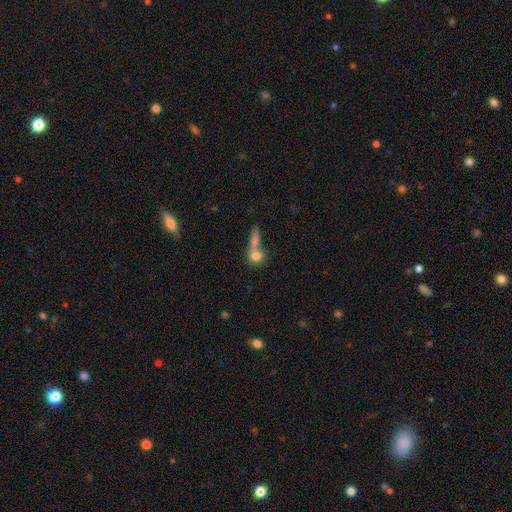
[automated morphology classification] The model was most divided on "merging": merger: 50%, none: 33%, minor disturbance: 9%, major disturbance: 8%. More confident: smooth or featured — smooth (75%); how rounded — round (61%).